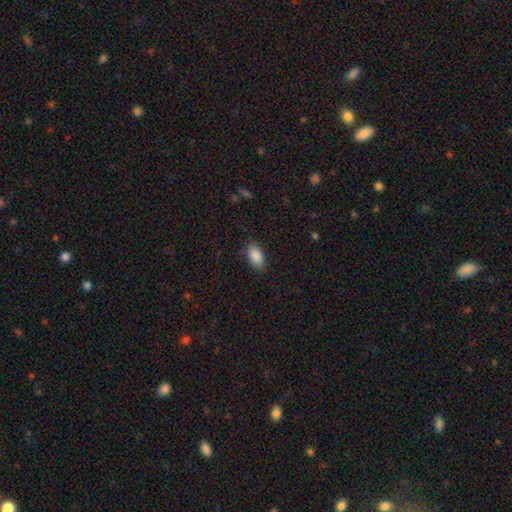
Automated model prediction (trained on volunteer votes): Q: Smooth or featured?
A: smooth (88%); runner-up: star or artifact (7%)
Q: How rounded?
A: in between (92%); runner-up: round (4%)
Q: Merging?
A: none (83%); runner-up: minor disturbance (13%)